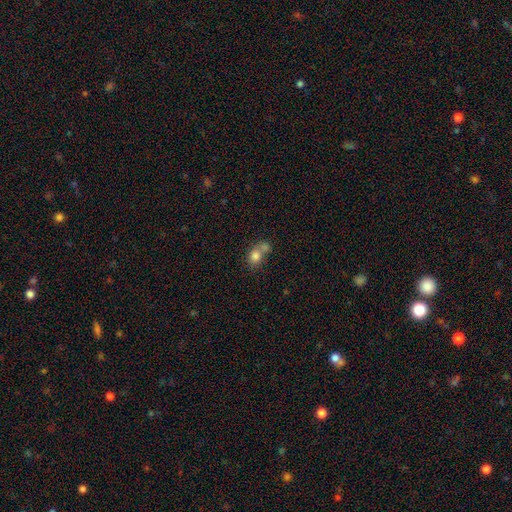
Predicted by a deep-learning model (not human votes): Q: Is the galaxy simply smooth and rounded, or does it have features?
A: smooth — 79%.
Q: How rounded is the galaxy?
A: round — 62%.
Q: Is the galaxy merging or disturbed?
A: merger — 57%.